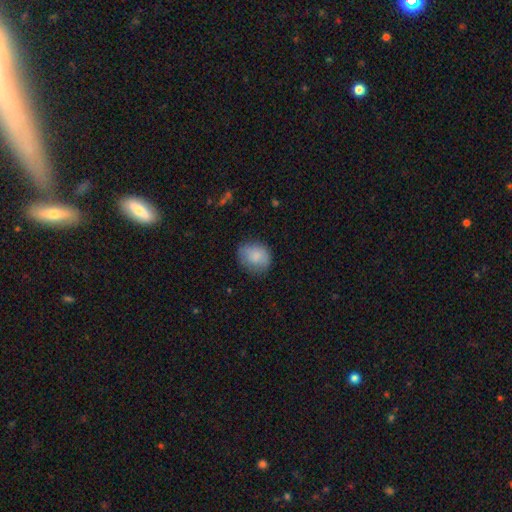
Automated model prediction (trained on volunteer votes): Morphology: type=smooth (84%); roundness=round (61%); merging=none (73%).